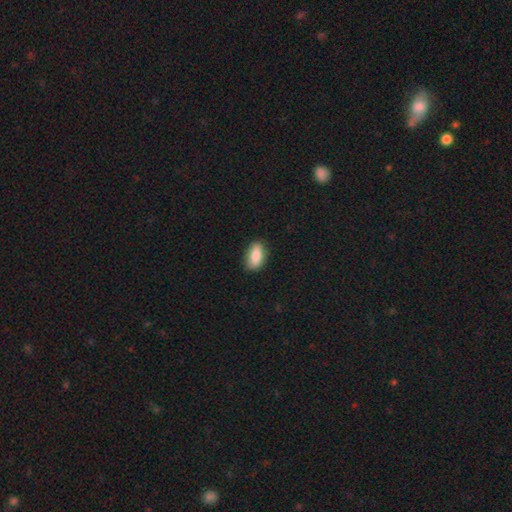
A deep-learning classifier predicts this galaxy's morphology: Overall: smooth (83%). How rounded: in between (86%). Merging: none (83%).